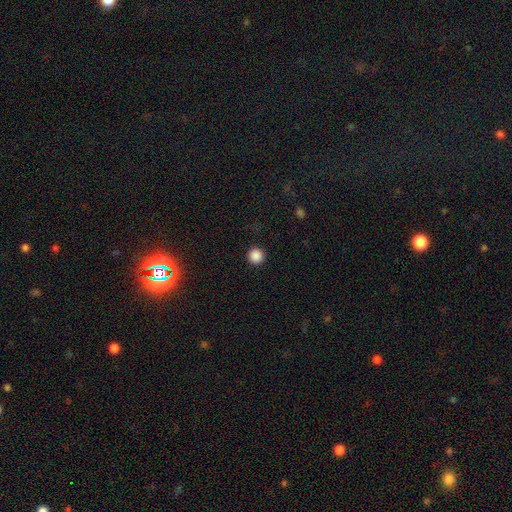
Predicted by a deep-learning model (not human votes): smooth-or-featured: smooth: 87% | star or artifact: 10% | featured or disk: 3%
  how-rounded: round: 96% | in between: 3% | cigar-shaped: 1%
  merging: none: 92% | minor disturbance: 5% | major disturbance: 2% | merger: 1%